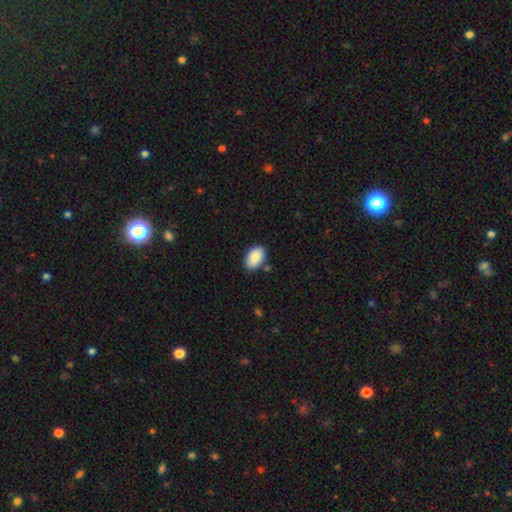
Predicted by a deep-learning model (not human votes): smooth-or-featured: smooth: 89% | star or artifact: 6% | featured or disk: 5%
  how-rounded: in between: 92% | round: 7% | cigar-shaped: 1%
  merging: none: 81% | minor disturbance: 13% | merger: 3% | major disturbance: 3%